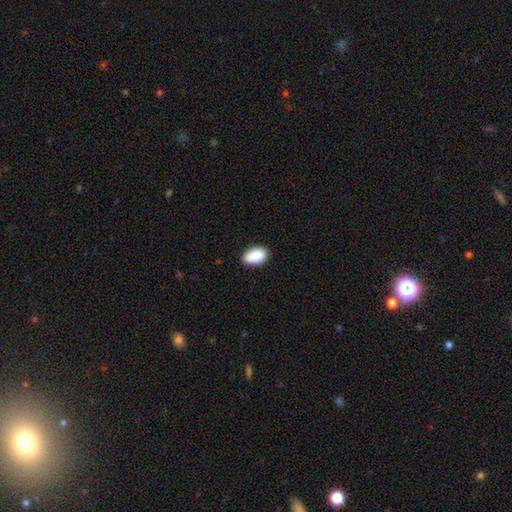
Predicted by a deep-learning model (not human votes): smooth 88%, star or artifact 7%, featured or disk 5%. Down the decision tree: how rounded — in between (91%); merging — none (75%).